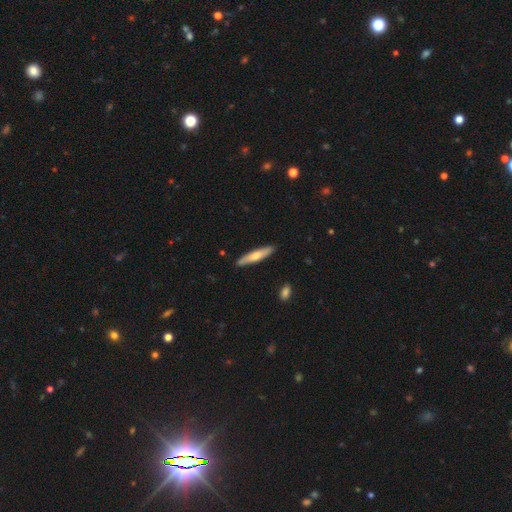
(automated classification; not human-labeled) A smooth galaxy with no disk features (59%) that is cigar-shaped (88%).

Vote fractions:
- Smooth or featured? smooth: 59% / featured or disk: 36% / star or artifact: 5%
- How rounded? cigar-shaped: 88% / in between: 11% / round: 1%
- Merging? none: 87% / minor disturbance: 10% / major disturbance: 2% / merger: 2%